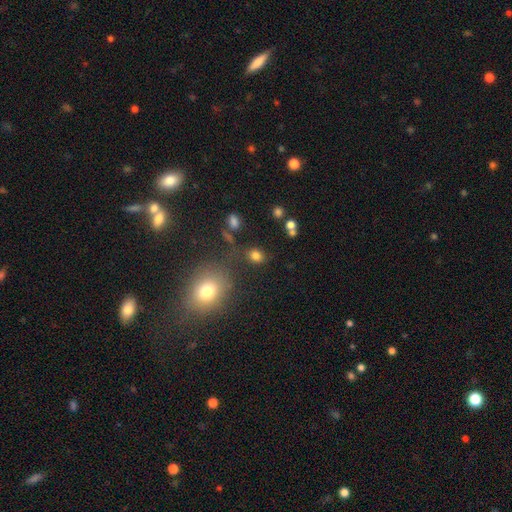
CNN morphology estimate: Smooth or featured?
  - smooth: 79% *
  - star or artifact: 15%
  - featured or disk: 6%
How rounded?
  - round: 49% * (tied)
  - in between: 49% * (tied)
  - cigar-shaped: 1%
Merging?
  - none: 74% *
  - minor disturbance: 12%
  - merger: 9%
  - major disturbance: 5%